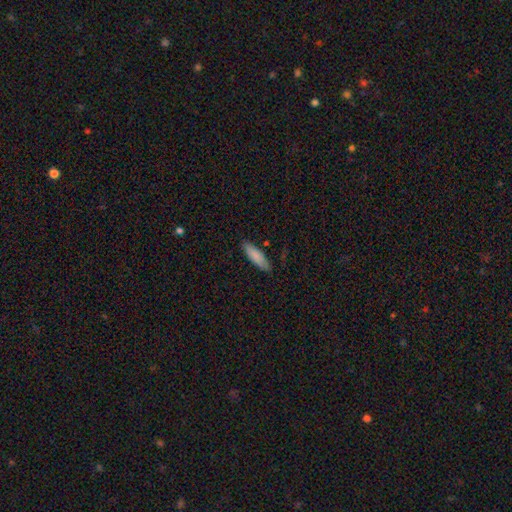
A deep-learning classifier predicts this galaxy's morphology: Smooth or featured? Predicted: smooth (p=0.85). How rounded? Predicted: cigar-shaped (p=0.52). Merging? Predicted: none (p=0.84).